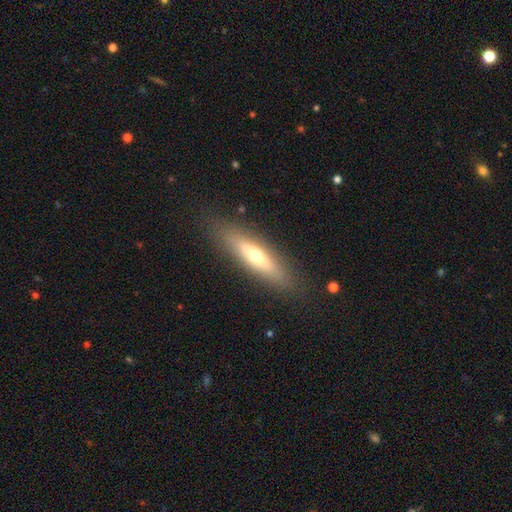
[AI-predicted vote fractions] A smooth galaxy with no disk features (51%) that is cigar-shaped (73%). Merging: none (87%).